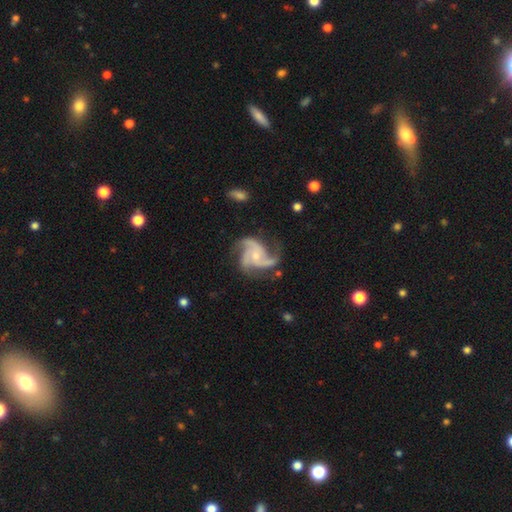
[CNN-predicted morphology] Smooth or featured? featured or disk (91%)
Edge-on disk? no (98%)
Bar? no (73%)
Spiral arms? yes (98%)
Spiral winding? medium (58%)
Spiral arm count? 3 (72%)
Bulge size? small (65%)
Merging? none (69%)